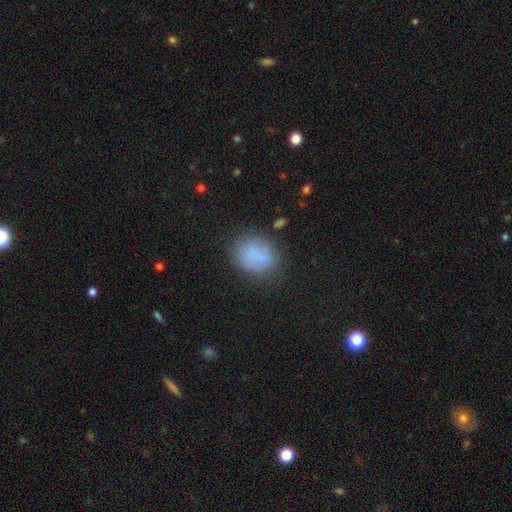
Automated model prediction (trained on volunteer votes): The model was most divided on "how rounded": round: 50%, in between: 49%, cigar-shaped: 2%. More confident: smooth or featured — smooth (74%); merging — none (68%).